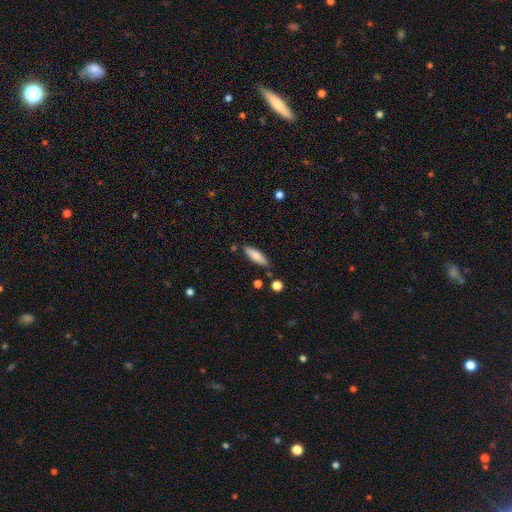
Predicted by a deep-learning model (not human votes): A smooth galaxy with no disk features (80%) that is cigar-shaped (55%). Merging: none (82%).